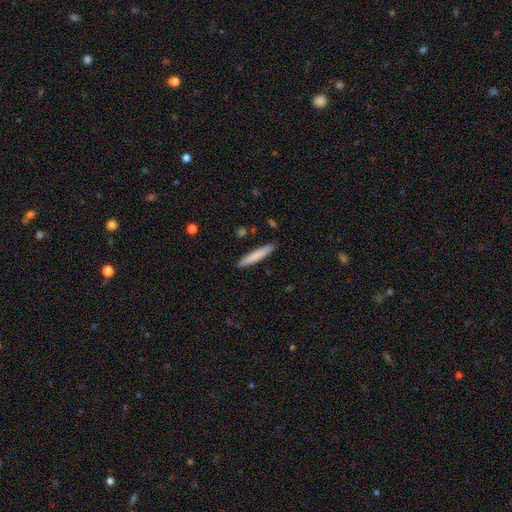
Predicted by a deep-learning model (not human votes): Smooth or featured?
  - smooth: 79% *
  - featured or disk: 16%
  - star or artifact: 5%
How rounded?
  - cigar-shaped: 94% *
  - in between: 5%
  - round: 1%
Merging?
  - none: 91% *
  - minor disturbance: 6%
  - merger: 1%
  - major disturbance: 1%